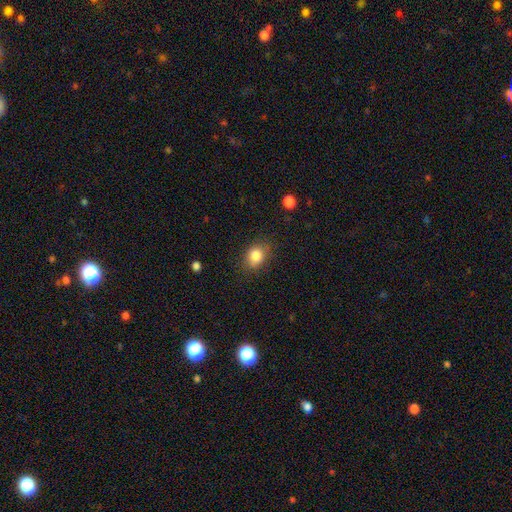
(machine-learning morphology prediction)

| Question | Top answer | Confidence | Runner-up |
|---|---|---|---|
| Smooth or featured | smooth | 84% | star or artifact (9%) |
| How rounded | in between | 61% | round (38%) |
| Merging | none | 80% | minor disturbance (15%) |